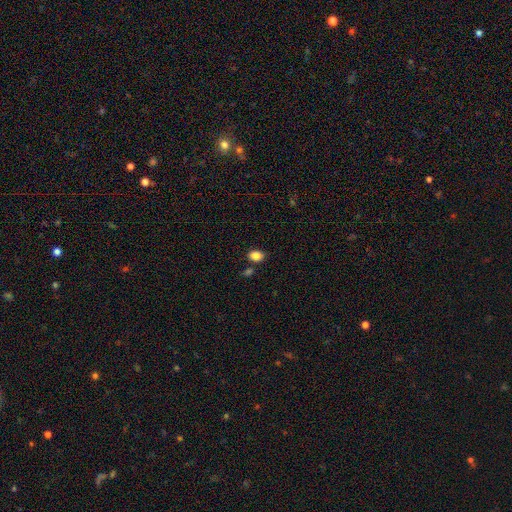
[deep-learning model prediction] A smooth galaxy with no disk features (85%) that is in between round and cigar-shaped (70%). Merging: none (77%).